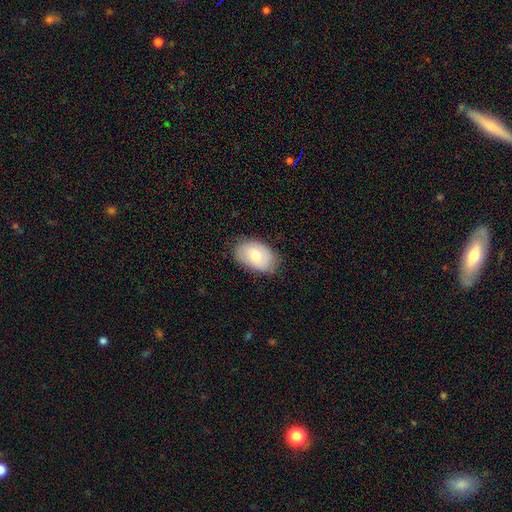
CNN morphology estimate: A smooth galaxy with no disk features (70%) that is in between round and cigar-shaped (90%).

Vote fractions:
- Smooth or featured? smooth: 70% / featured or disk: 23% / star or artifact: 6%
- How rounded? in between: 90% / round: 9% / cigar-shaped: 1%
- Merging? none: 80% / minor disturbance: 16% / major disturbance: 3% / merger: 1%